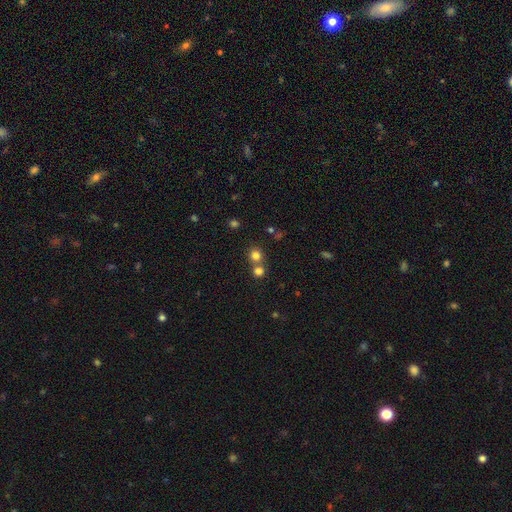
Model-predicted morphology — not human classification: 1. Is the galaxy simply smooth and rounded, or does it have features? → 77% smooth, 16% star or artifact, 7% featured or disk.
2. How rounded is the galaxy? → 89% round, 10% in between, 1% cigar-shaped.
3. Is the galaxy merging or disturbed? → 57% none, 36% merger, 5% minor disturbance, 2% major disturbance.